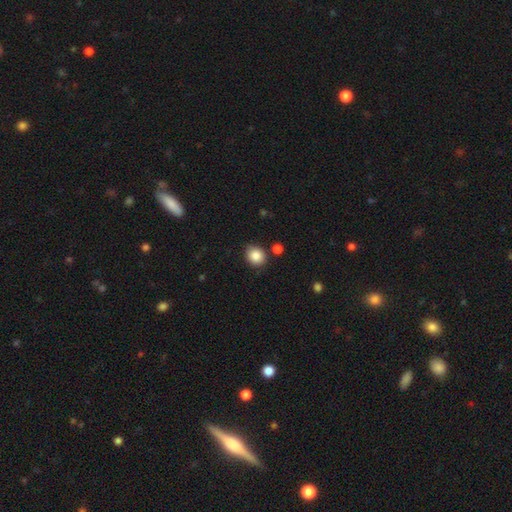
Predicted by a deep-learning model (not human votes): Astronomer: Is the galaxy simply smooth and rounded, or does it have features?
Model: smooth — 86%.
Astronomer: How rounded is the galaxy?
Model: round — 75%.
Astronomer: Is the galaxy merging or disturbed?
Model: none — 81%.